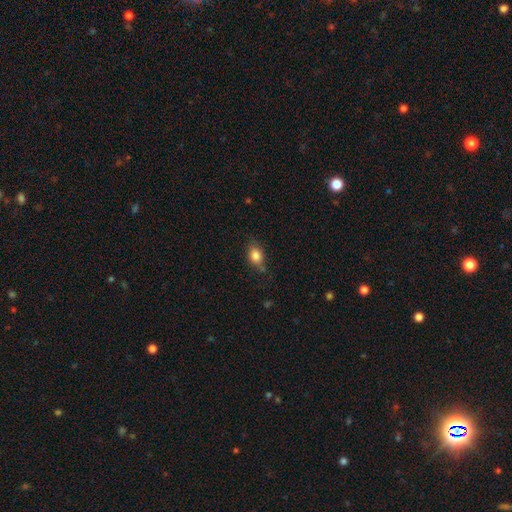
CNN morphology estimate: smooth 83%, featured or disk 9%, star or artifact 9%. Down the decision tree: how rounded — in between (68%); merging — none (68%).